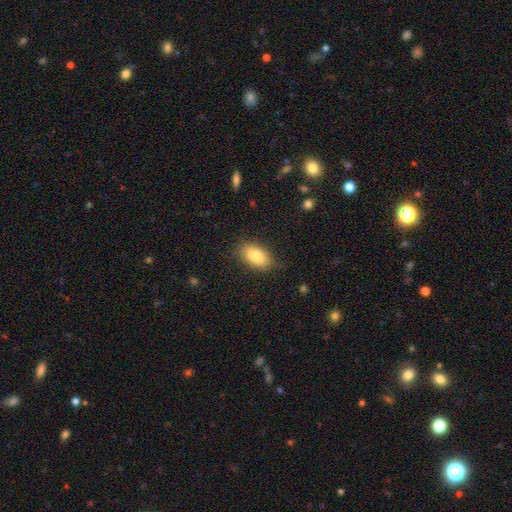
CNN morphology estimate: smooth-or-featured: smooth: 81% | featured or disk: 12% | star or artifact: 8%
  how-rounded: in between: 91% | round: 6% | cigar-shaped: 3%
  merging: none: 81% | minor disturbance: 14% | major disturbance: 3% | merger: 1%